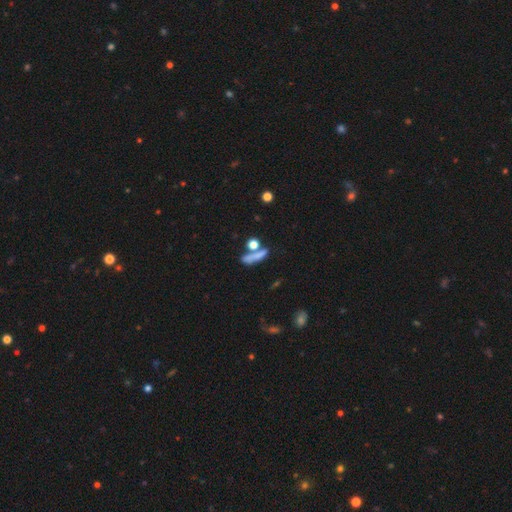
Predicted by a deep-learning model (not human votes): smooth_or_featured: smooth (p=0.72) [alt: featured or disk p=0.16]
how_rounded: cigar-shaped (p=0.51) [alt: in between p=0.26]
merging: none (p=0.57) [alt: merger p=0.23]